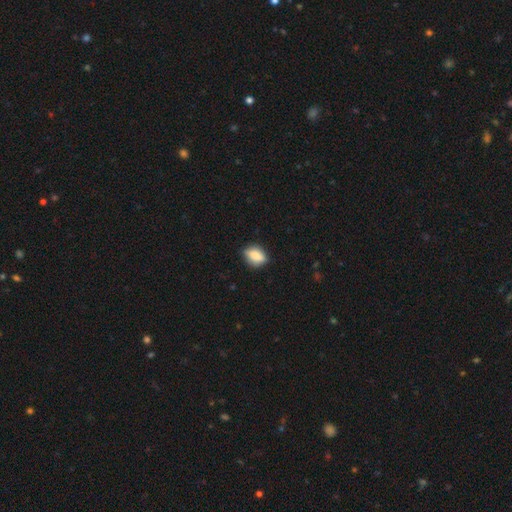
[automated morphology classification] Smooth or featured: smooth — 76% (featured or disk — 16%)
How rounded: in between — 74% (round — 20%)
Merging: none — 81% (minor disturbance — 15%)